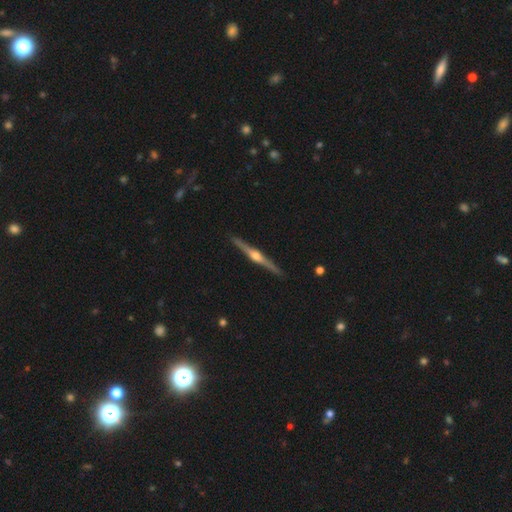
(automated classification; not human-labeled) smooth_or_featured: featured or disk (p=0.83) [alt: smooth p=0.12]
disk_edge_on: yes (p=0.98) [alt: no p=0.02]
edge_on_bulge: rounded (p=0.93) [alt: boxy p=0.04]
merging: none (p=0.92) [alt: minor disturbance p=0.06]